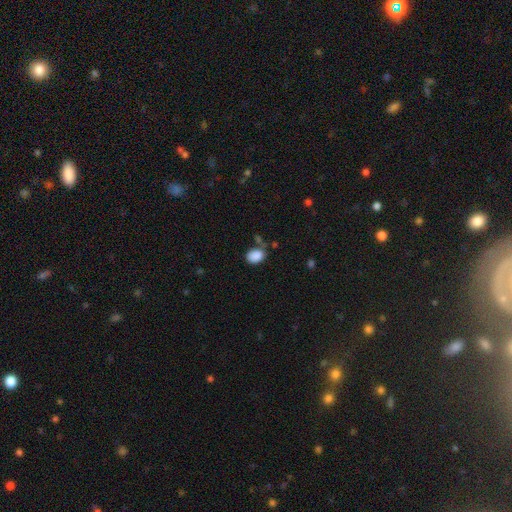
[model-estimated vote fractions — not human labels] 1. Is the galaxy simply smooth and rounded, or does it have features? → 88% smooth, 8% star or artifact, 3% featured or disk.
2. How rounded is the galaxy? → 73% in between, 26% round, 1% cigar-shaped.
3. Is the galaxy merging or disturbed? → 69% none, 17% minor disturbance, 9% merger, 5% major disturbance.